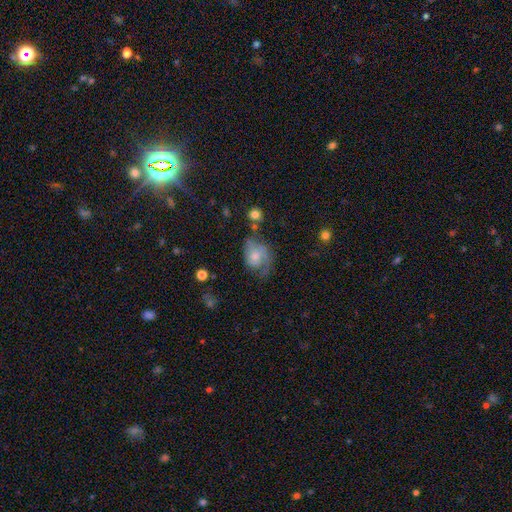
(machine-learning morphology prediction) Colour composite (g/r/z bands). It shows a featured or disk galaxy (55%) with no bar (74%), spiral arms (81%) and a moderate central bulge (47%). Merging: none (37%).